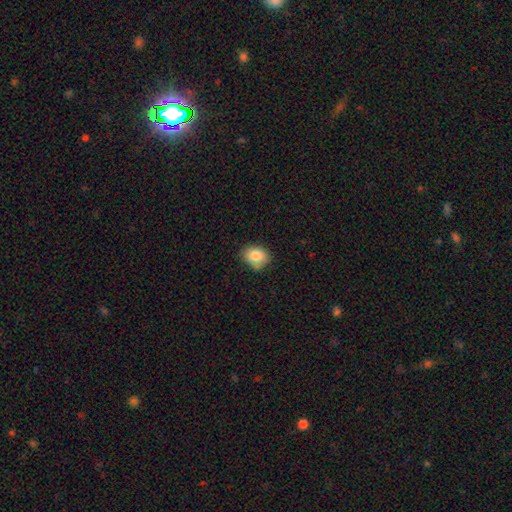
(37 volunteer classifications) smooth-or-featured: smooth: 92% | featured or disk: 5% | star or artifact: 3%
  how-rounded: round: 62% | in between: 38% | cigar-shaped: 0%
  merging: none: 72% | minor disturbance: 22% | major disturbance: 6% | merger: 0%